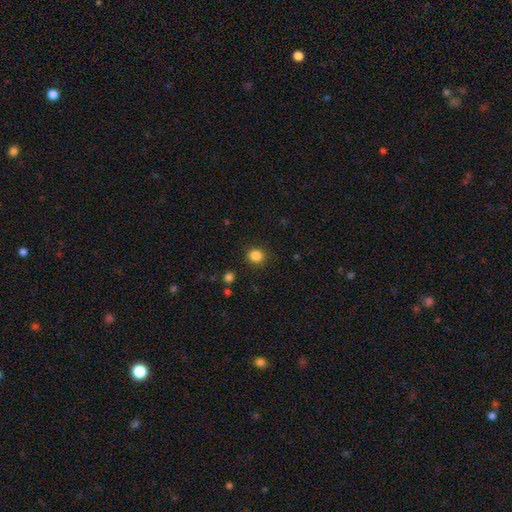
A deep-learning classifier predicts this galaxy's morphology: smooth 85%, star or artifact 12%, featured or disk 4%. Down the decision tree: how rounded — round (83%); merging — none (90%).